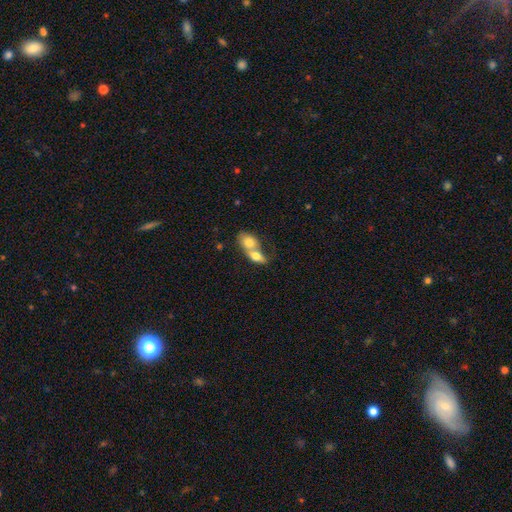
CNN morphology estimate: smooth-or-featured: smooth: 73% | featured or disk: 21% | star or artifact: 7%
  how-rounded: in between: 74% | round: 21% | cigar-shaped: 5%
  merging: merger: 79% | none: 12% | minor disturbance: 5% | major disturbance: 3%